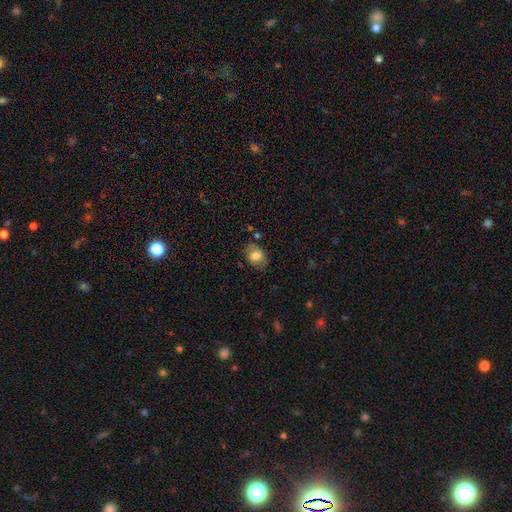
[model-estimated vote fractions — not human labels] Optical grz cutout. It shows a smooth galaxy with no disk features (74%) that is in between round and cigar-shaped (68%). Merging: none (72%).